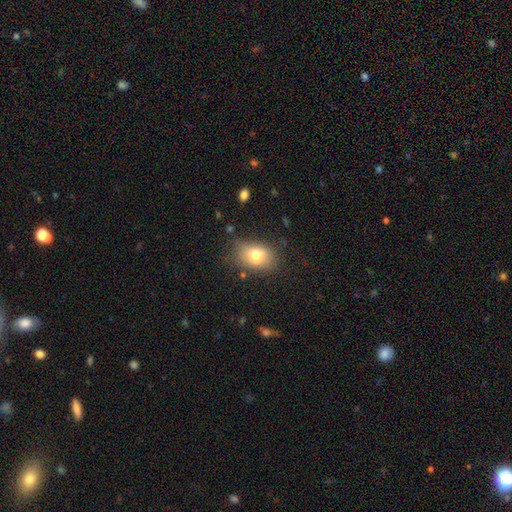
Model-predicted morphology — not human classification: Smooth or featured?
  - smooth: 76% *
  - featured or disk: 15%
  - star or artifact: 9%
How rounded?
  - in between: 78% *
  - round: 20%
  - cigar-shaped: 1%
Merging?
  - none: 72% *
  - minor disturbance: 20%
  - major disturbance: 6%
  - merger: 2%